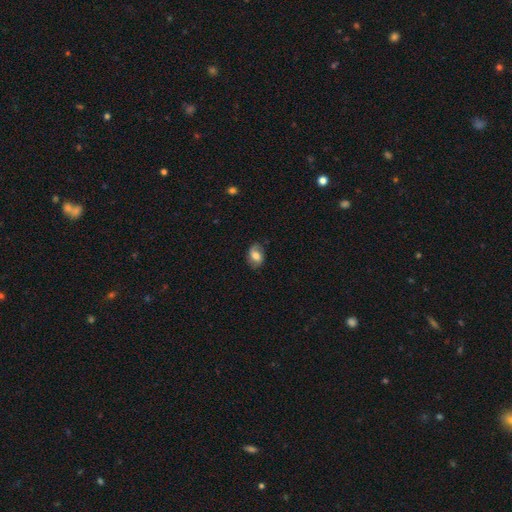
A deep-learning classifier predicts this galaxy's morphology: A smooth galaxy with no disk features (61%) that is in between round and cigar-shaped (75%).

Vote fractions:
- Smooth or featured? smooth: 61% / featured or disk: 30% / star or artifact: 8%
- How rounded? in between: 75% / round: 23% / cigar-shaped: 1%
- Merging? none: 76% / minor disturbance: 18% / major disturbance: 5% / merger: 1%